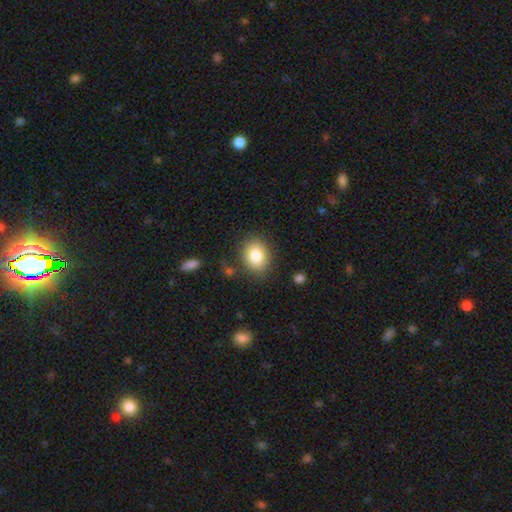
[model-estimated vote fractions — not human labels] Smooth or featured: smooth — 84% (star or artifact — 8%)
How rounded: in between — 57% (round — 42%)
Merging: none — 83% (minor disturbance — 11%)